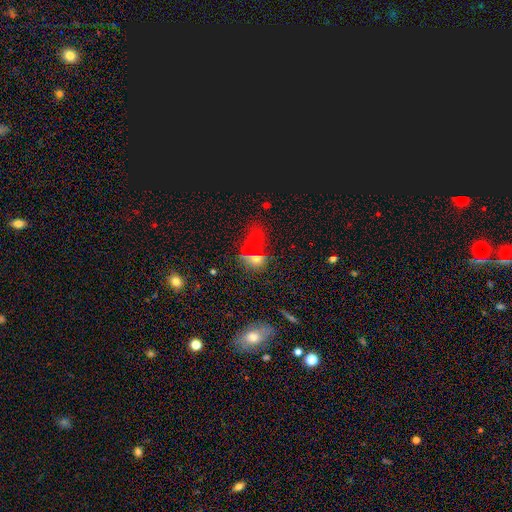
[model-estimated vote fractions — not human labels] Smooth or featured: smooth — 50% (star or artifact — 34%)
How rounded: in between — 56% (round — 37%)
Merging: none — 46% (merger — 26%)